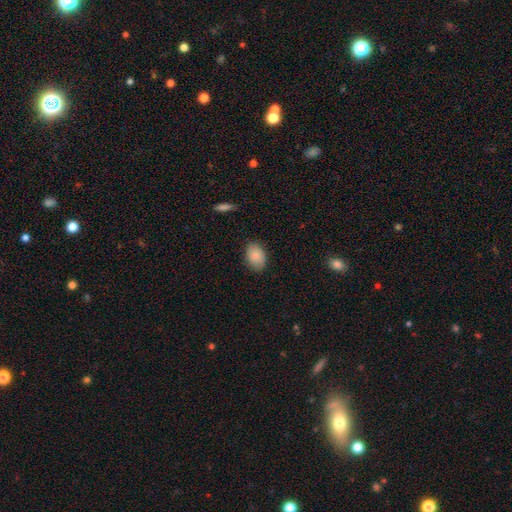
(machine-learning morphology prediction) Q: Smooth or featured?
A: smooth (84%); runner-up: featured or disk (9%)
Q: How rounded?
A: in between (81%); runner-up: round (18%)
Q: Merging?
A: none (84%); runner-up: minor disturbance (12%)